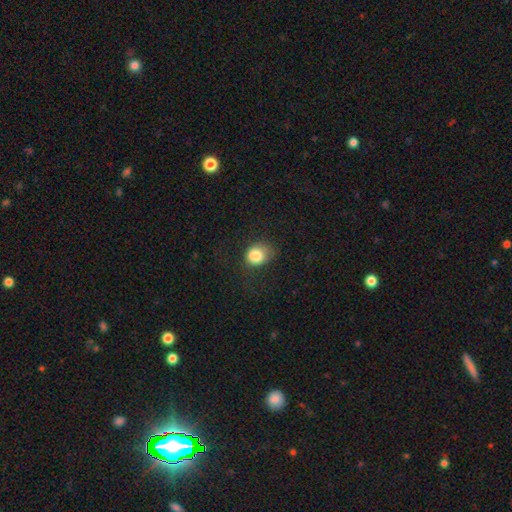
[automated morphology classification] Smooth or featured: smooth — 83% (star or artifact — 10%)
How rounded: round — 65% (in between — 34%)
Merging: none — 52% (minor disturbance — 29%)